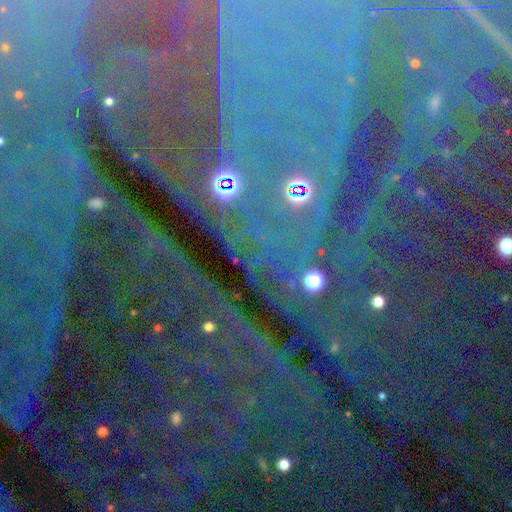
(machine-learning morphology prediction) Smooth or featured: star or artifact — 85% (featured or disk — 8%)